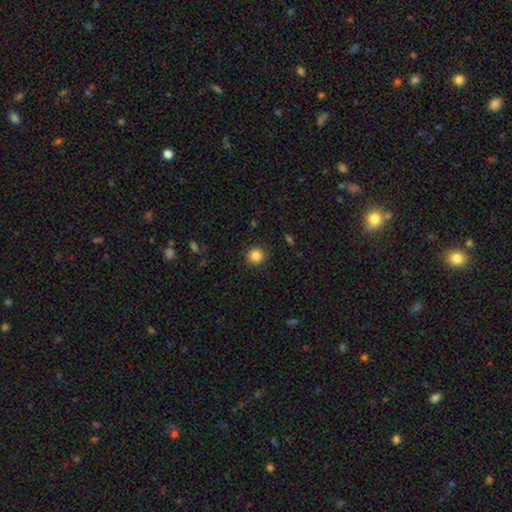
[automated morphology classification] Q: Smooth or featured?
A: smooth (85%); runner-up: star or artifact (11%)
Q: How rounded?
A: round (94%); runner-up: in between (5%)
Q: Merging?
A: none (92%); runner-up: minor disturbance (5%)